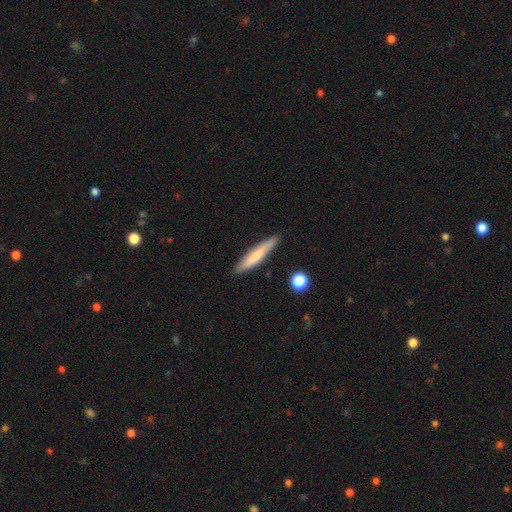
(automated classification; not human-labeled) A smooth galaxy with no disk features (68%) that is cigar-shaped (92%). Merging: none (87%).